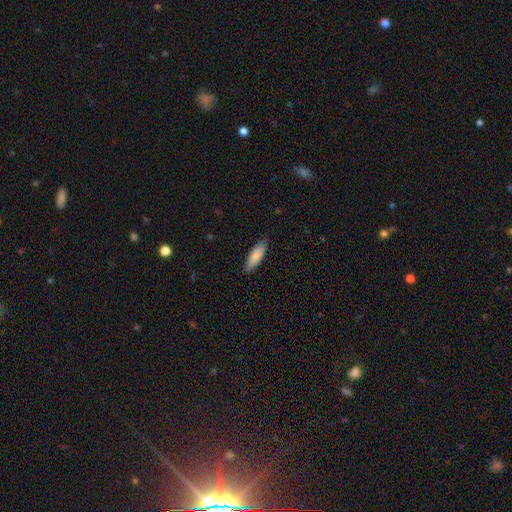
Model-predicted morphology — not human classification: Smooth or featured: smooth — 85% (featured or disk — 9%)
How rounded: in between — 56% (cigar-shaped — 42%)
Merging: none — 86% (minor disturbance — 11%)